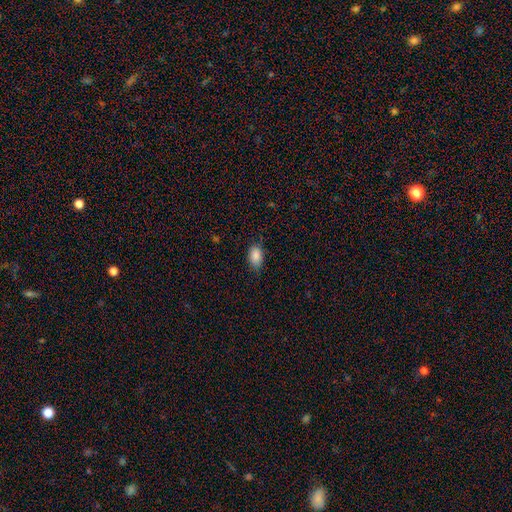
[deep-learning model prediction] Smooth or featured? smooth (88%)
How rounded? in between (87%)
Merging? none (76%)